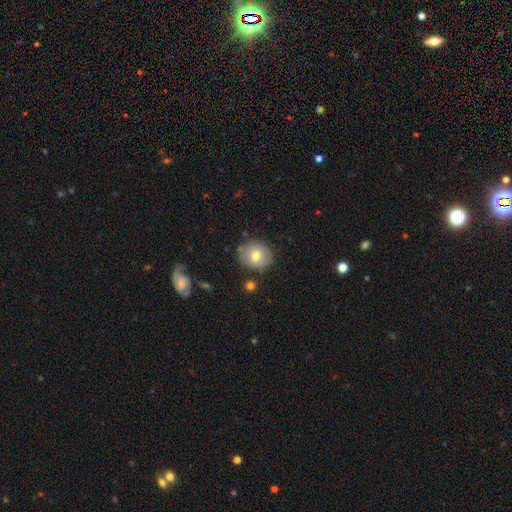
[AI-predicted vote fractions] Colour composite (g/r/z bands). It shows a smooth galaxy with no disk features (71%) that is round (83%). Merging: none (81%).